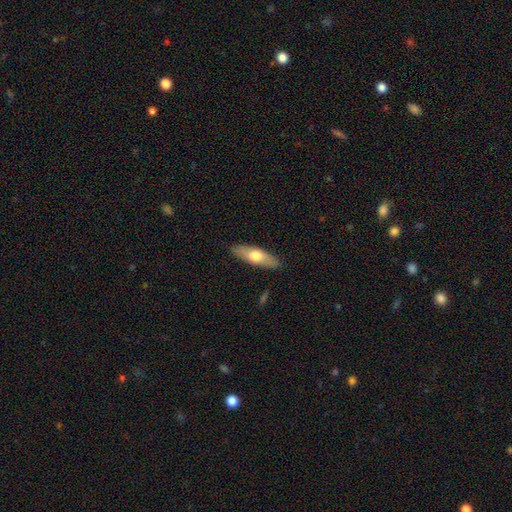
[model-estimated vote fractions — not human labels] A smooth galaxy with no disk features (62%) that is cigar-shaped (50%).

Vote fractions:
- Smooth or featured? smooth: 62% / featured or disk: 33% / star or artifact: 5%
- How rounded? cigar-shaped: 50% / in between: 48% / round: 2%
- Merging? none: 88% / minor disturbance: 9% / major disturbance: 2% / merger: 1%